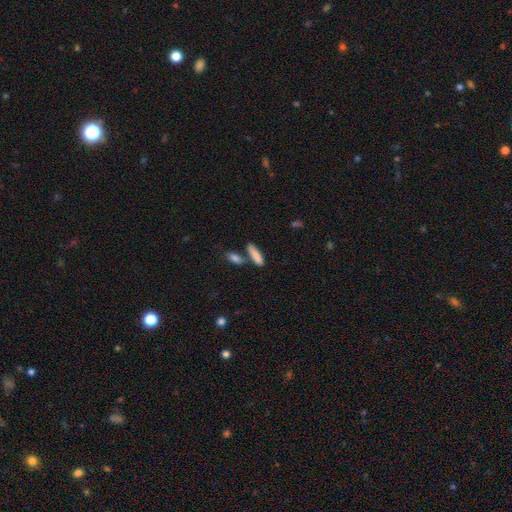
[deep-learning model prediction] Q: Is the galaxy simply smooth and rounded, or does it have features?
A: smooth — 83%.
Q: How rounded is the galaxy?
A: cigar-shaped — 63%.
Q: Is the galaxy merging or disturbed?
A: none — 62%.